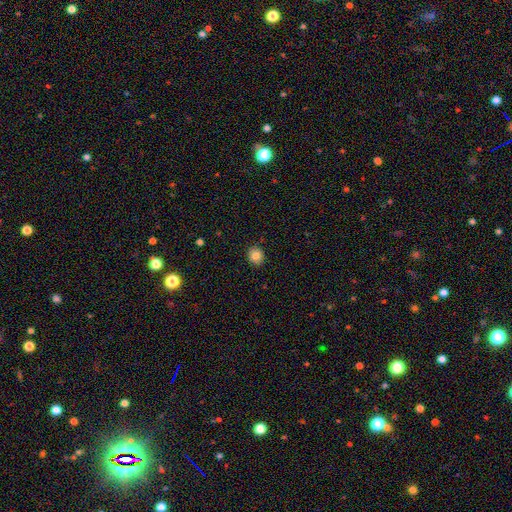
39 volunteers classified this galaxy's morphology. This appears to be a smooth galaxy with no disk features (87%) that is round (94%). Merging: none (86%).